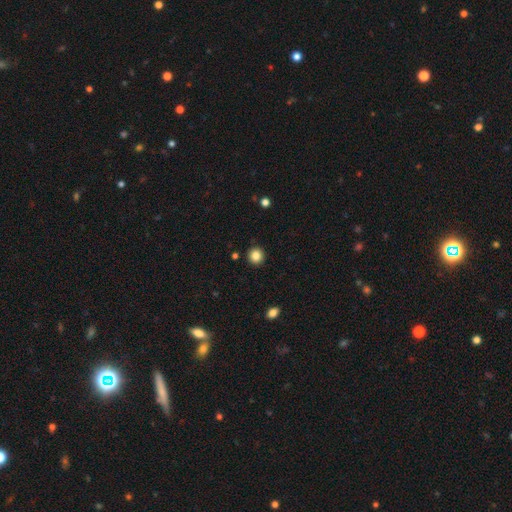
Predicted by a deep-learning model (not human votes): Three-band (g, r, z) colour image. It shows a smooth galaxy with no disk features (85%) that is round (93%). Merging: none (92%).